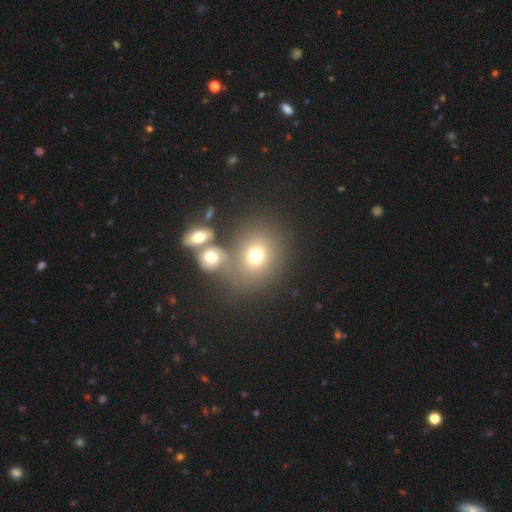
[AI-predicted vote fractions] Overall: smooth (71%). How rounded: round (70%). Merging: none (54%; merger 28%).